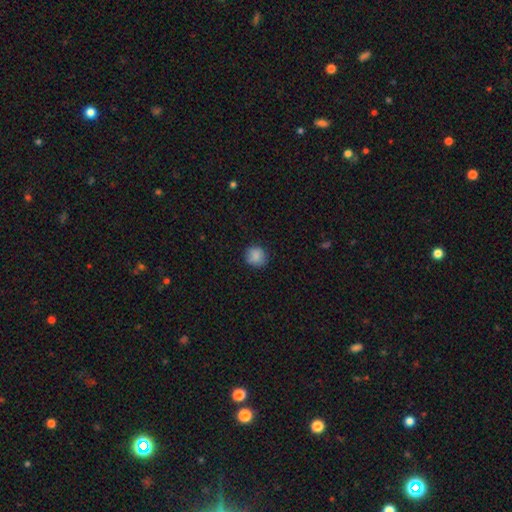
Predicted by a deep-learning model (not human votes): Smooth or featured: smooth — 86% (star or artifact — 9%)
How rounded: round — 86% (in between — 13%)
Merging: none — 83% (minor disturbance — 13%)